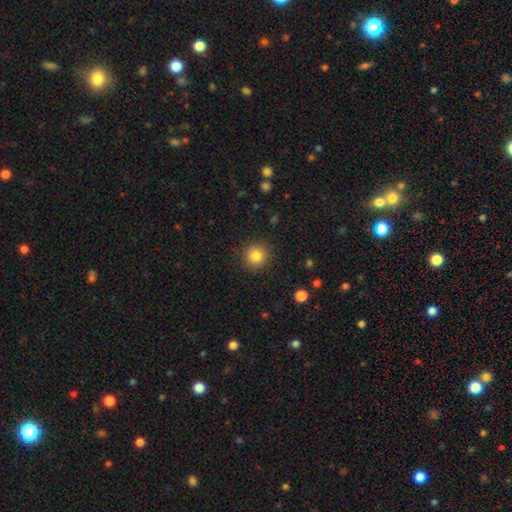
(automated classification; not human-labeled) Smooth or featured?
  - smooth: 84% *
  - star or artifact: 11%
  - featured or disk: 5%
How rounded?
  - round: 93% *
  - in between: 6%
  - cigar-shaped: 1%
Merging?
  - none: 90% *
  - minor disturbance: 6%
  - major disturbance: 2%
  - merger: 1%